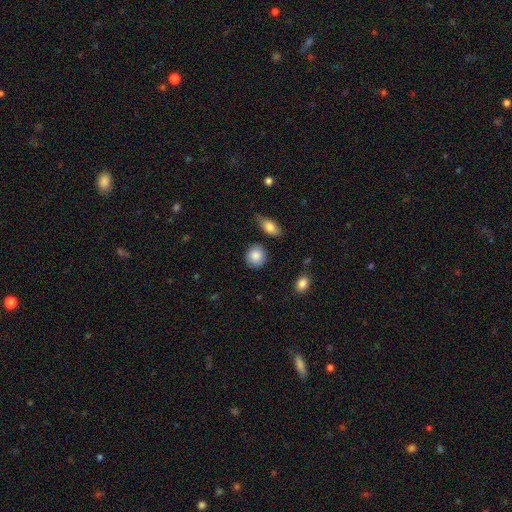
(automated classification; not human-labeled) A smooth galaxy with no disk features (87%) that is round (84%). Merging: none (84%).